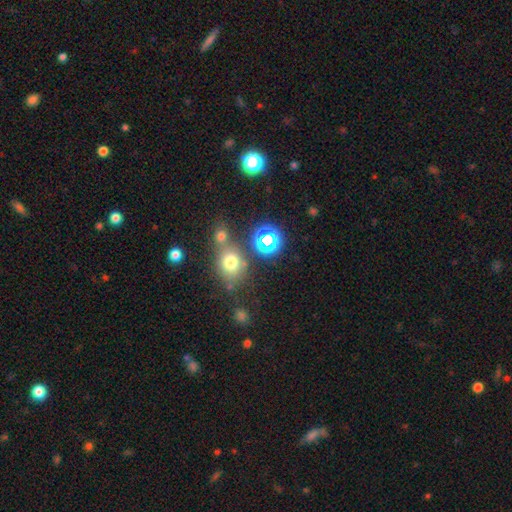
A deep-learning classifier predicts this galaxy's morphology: Smooth or featured? smooth (55%)
How rounded? round (75%)
Merging? none (71%)